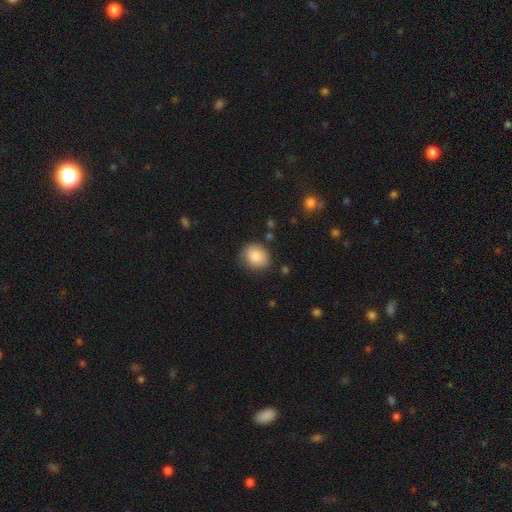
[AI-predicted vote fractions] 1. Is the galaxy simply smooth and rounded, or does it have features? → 84% smooth, 8% star or artifact, 8% featured or disk.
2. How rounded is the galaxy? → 61% round, 38% in between, 1% cigar-shaped.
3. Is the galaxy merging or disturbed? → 79% none, 16% minor disturbance, 4% major disturbance, 2% merger.